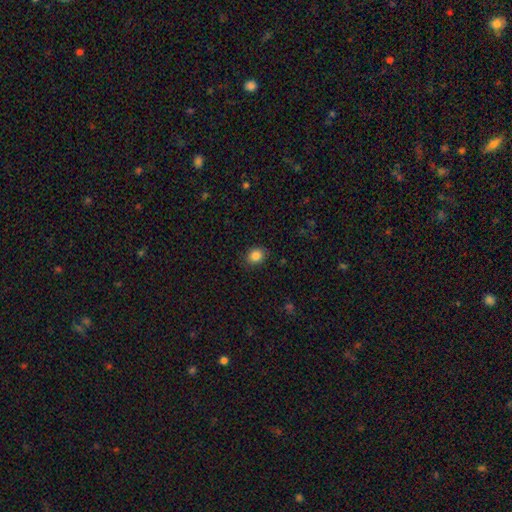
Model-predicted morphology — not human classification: Smooth or featured: smooth — 86% (star or artifact — 10%)
How rounded: round — 53% (in between — 46%)
Merging: none — 86% (minor disturbance — 10%)